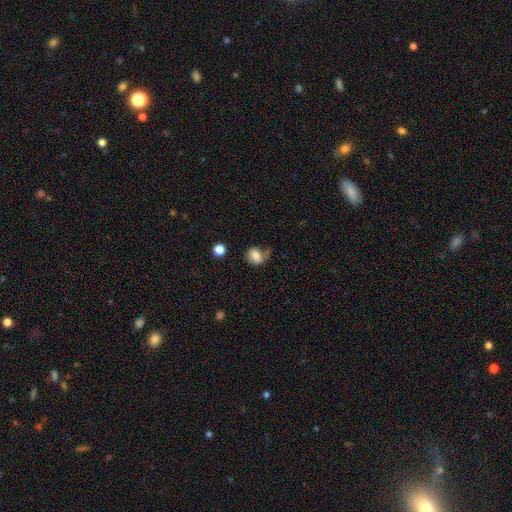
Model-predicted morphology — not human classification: This appears to be a smooth galaxy with no disk features (76%) that is round (57%). Merging: none (46%).